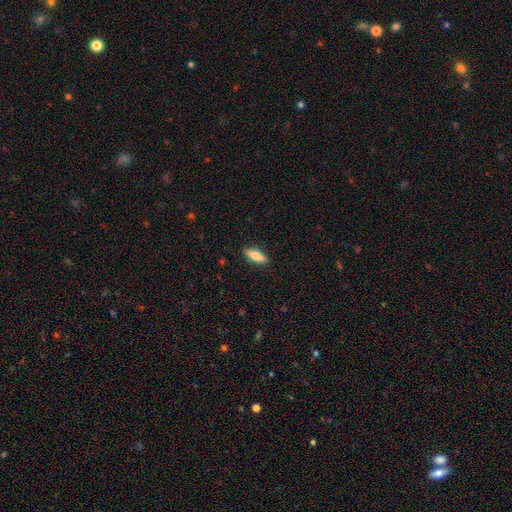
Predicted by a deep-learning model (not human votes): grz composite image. It shows a smooth galaxy with no disk features (73%) that is in between round and cigar-shaped (58%). Merging: none (89%).